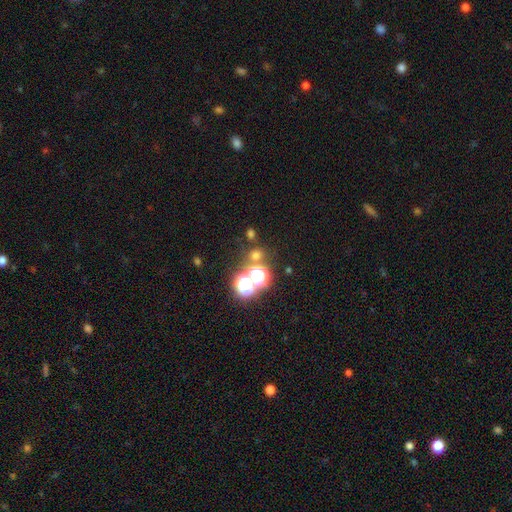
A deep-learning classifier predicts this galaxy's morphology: A smooth galaxy with no disk features (53%) that is round (85%). Merging: none (73%).